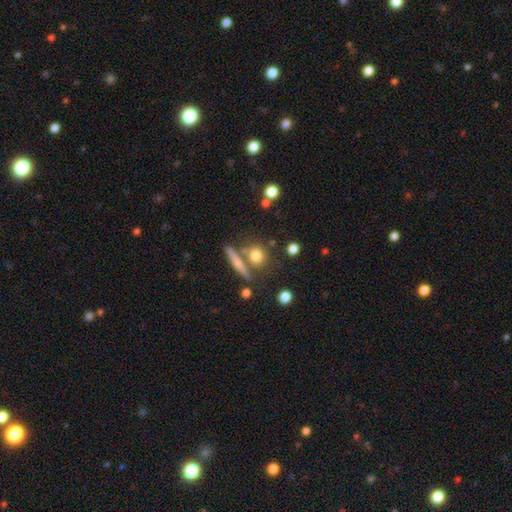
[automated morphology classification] This is likely a smooth galaxy (72%). How rounded: likely round (71%). Merging: likely none (64%).